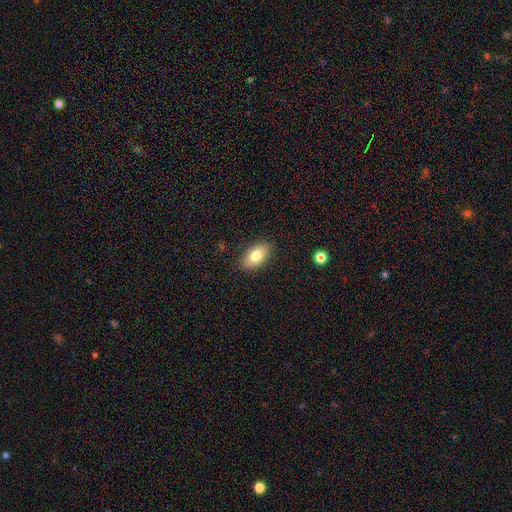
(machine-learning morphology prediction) Overall: smooth (78%). How rounded: in between (92%). Merging: none (87%).